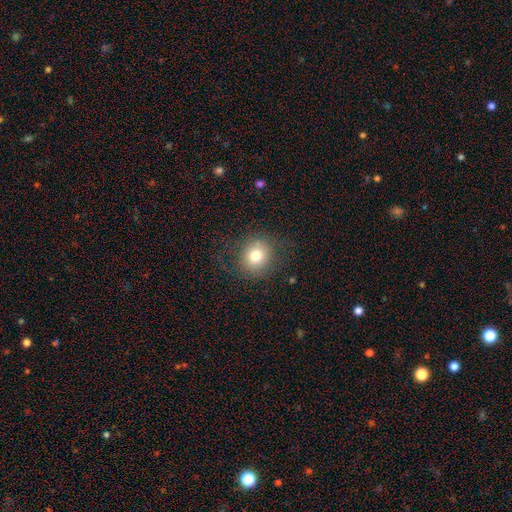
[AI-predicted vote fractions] Smooth or featured: smooth — 74% (featured or disk — 14%)
How rounded: round — 87% (in between — 12%)
Merging: none — 77% (minor disturbance — 13%)